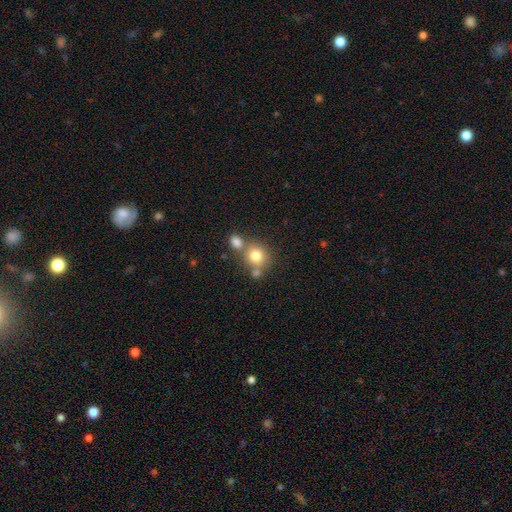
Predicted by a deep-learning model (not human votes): Morphology: type=smooth (76%); roundness=round (83%); merging=none (53%).